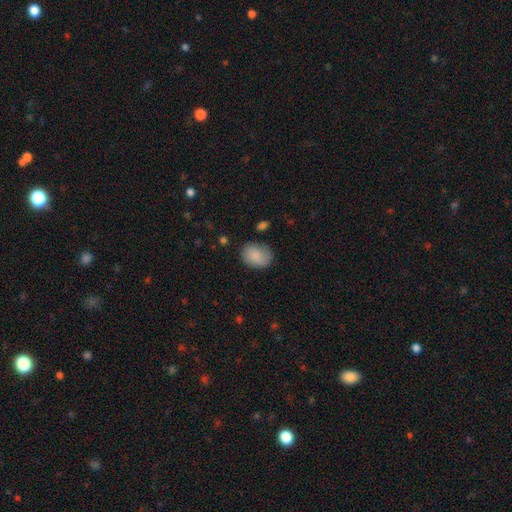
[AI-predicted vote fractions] This is clearly a smooth galaxy (85%). How rounded: likely in between (64%). Merging: likely none (73%).